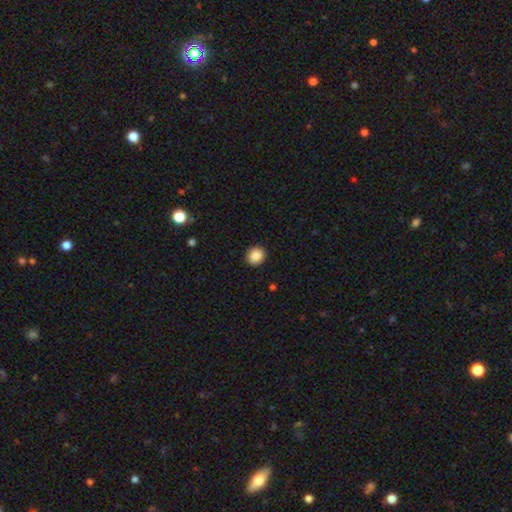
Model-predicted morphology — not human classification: A smooth galaxy with no disk features (88%) that is round (86%). Merging: none (91%).